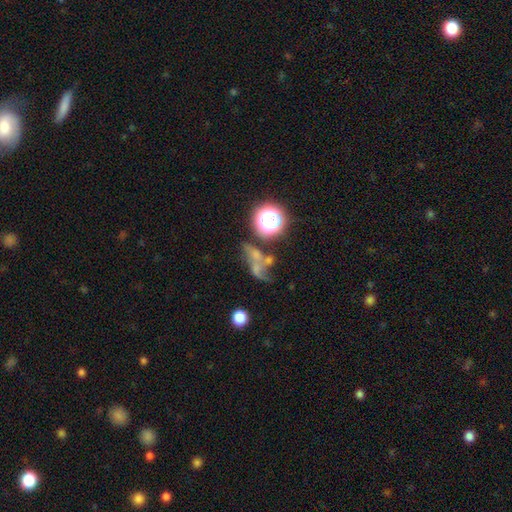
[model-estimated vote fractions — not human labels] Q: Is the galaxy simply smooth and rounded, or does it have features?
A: smooth — 34%, tied with featured or disk.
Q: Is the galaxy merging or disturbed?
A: none — 36%.